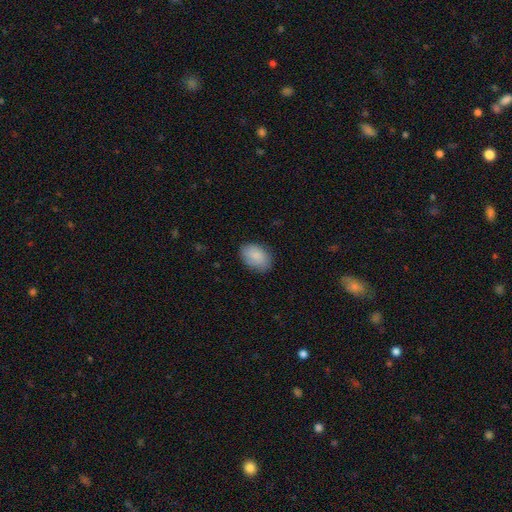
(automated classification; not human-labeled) Morphology: type=smooth (86%); roundness=in between (84%); merging=none (82%).